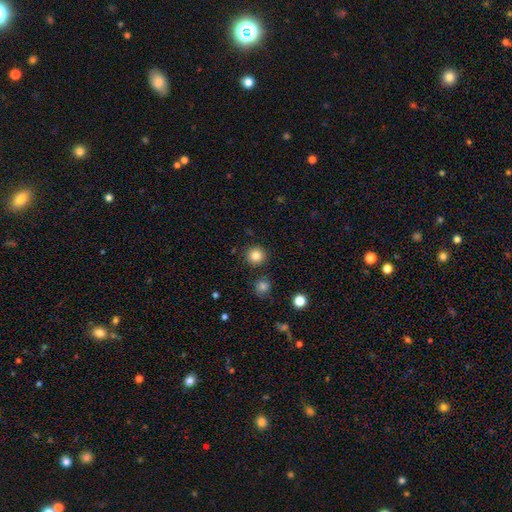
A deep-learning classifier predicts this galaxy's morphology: The model was most divided on "smooth or featured": smooth: 83%, star or artifact: 11%, featured or disk: 5%. More confident: how rounded — round (95%); merging — none (89%).